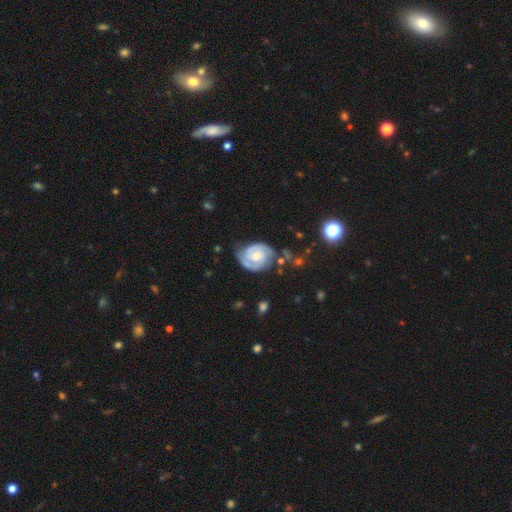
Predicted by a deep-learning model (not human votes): A featured or disk galaxy (79%) with no bar (65%), 2 (76%) tight (60%) spiral arms (93%) and a moderate central bulge (48%).

Vote fractions:
- Smooth or featured? featured or disk: 79% / smooth: 15% / star or artifact: 6%
- Edge-on disk? no: 98% / yes: 2%
- Bar? no: 65% / weak: 30% / strong: 6%
- Spiral arms? yes: 93% / no: 7%
- Spiral winding? tight: 60% / medium: 32% / loose: 8%
- Spiral arm count? 2: 76% / can't tell: 12% / 1: 5% / 3: 4% / 4: 1% / more than 4: 1%
- Bulge size? moderate: 48% / small: 33% / large: 10% / none: 7% / dominant: 2%
- Merging? none: 60% / minor disturbance: 25% / major disturbance: 11% / merger: 4%